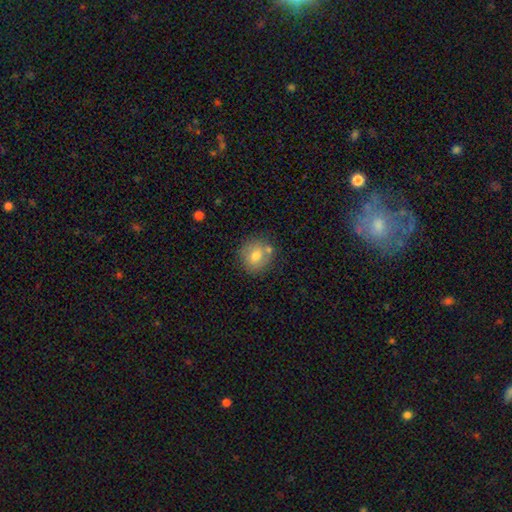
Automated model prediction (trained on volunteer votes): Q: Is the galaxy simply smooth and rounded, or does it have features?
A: smooth — 72%.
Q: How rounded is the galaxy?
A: round — 82%.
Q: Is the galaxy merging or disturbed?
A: none — 70%.